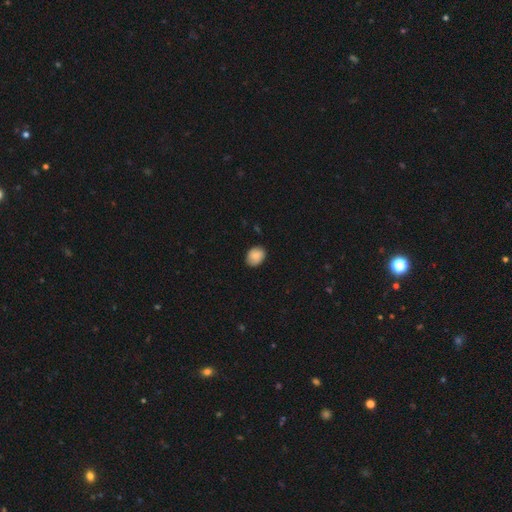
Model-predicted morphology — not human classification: Q: Smooth or featured?
A: smooth (87%); runner-up: star or artifact (7%)
Q: How rounded?
A: in between (62%); runner-up: round (37%)
Q: Merging?
A: none (83%); runner-up: minor disturbance (14%)